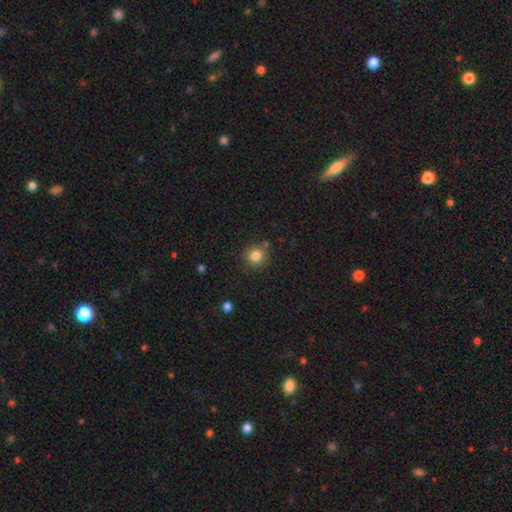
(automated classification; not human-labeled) The model was most divided on "merging": none: 81%, minor disturbance: 10%, merger: 5%, major disturbance: 3%. More confident: how rounded — round (91%); smooth or featured — smooth (83%).